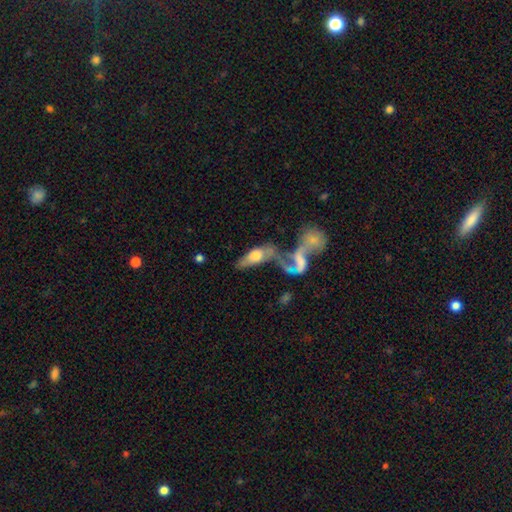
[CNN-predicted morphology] Smooth or featured?
  - smooth: 52% *
  - featured or disk: 39%
  - star or artifact: 9%
How rounded?
  - in between: 71% *
  - cigar-shaped: 24%
  - round: 4%
Merging?
  - merger: 60% *
  - none: 16%
  - major disturbance: 15%
  - minor disturbance: 9%